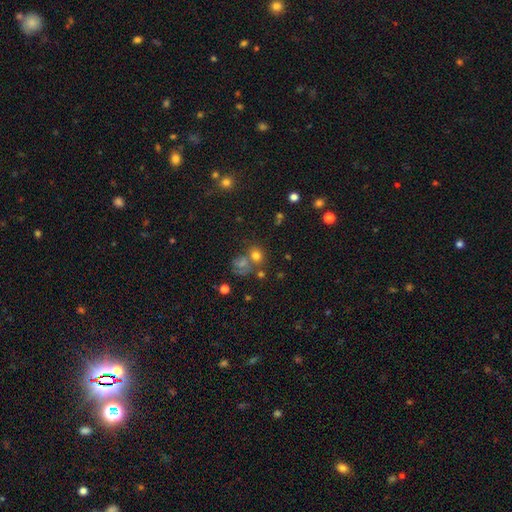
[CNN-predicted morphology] Smooth or featured?
  - smooth: 71% *
  - star or artifact: 18%
  - featured or disk: 11%
How rounded?
  - round: 71% *
  - in between: 28%
  - cigar-shaped: 1%
Merging?
  - none: 57% *
  - merger: 26%
  - minor disturbance: 11%
  - major disturbance: 6%